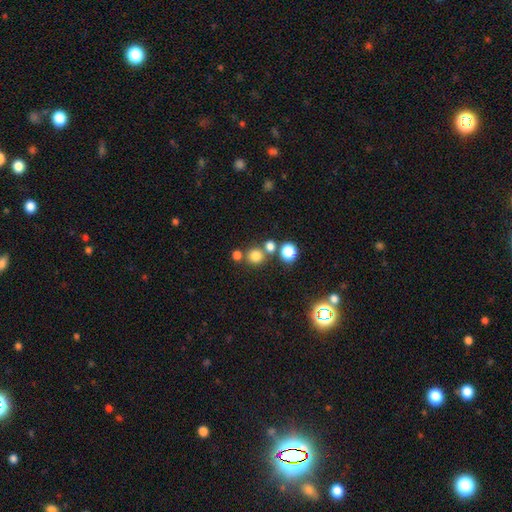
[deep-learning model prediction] smooth-or-featured: smooth: 76% | star or artifact: 17% | featured or disk: 7%
  how-rounded: round: 90% | in between: 9% | cigar-shaped: 1%
  merging: none: 70% | merger: 19% | minor disturbance: 7% | major disturbance: 3%